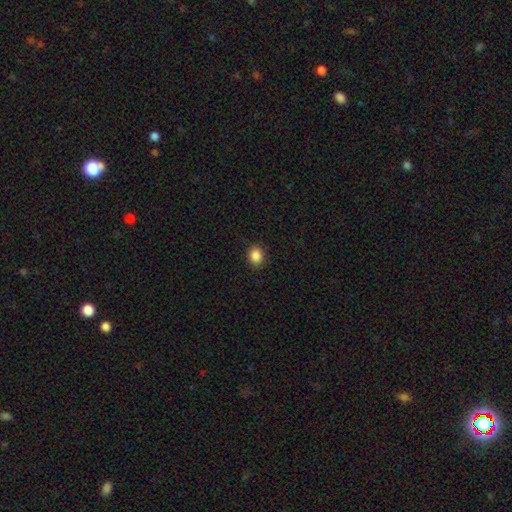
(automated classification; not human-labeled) Smooth or featured? Predicted: smooth (p=0.87). How rounded? Predicted: round (p=0.69). Merging? Predicted: none (p=0.89).